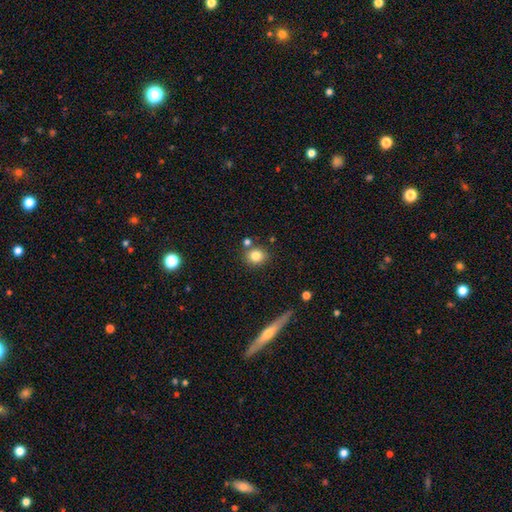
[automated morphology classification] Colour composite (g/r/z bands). It shows a smooth galaxy with no disk features (81%) that is round (75%). Merging: none (75%).